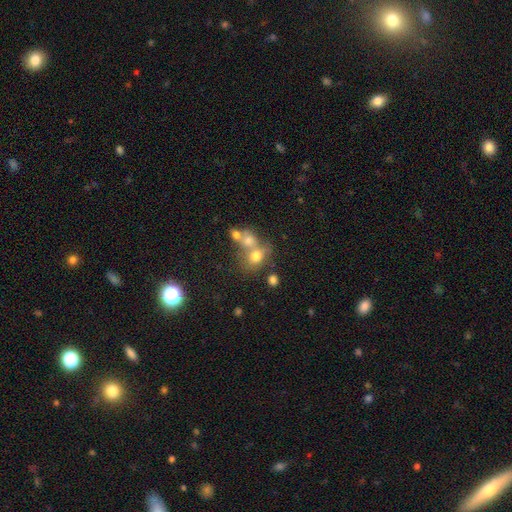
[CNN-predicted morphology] Smooth or featured: smooth — 68% (featured or disk — 18%)
How rounded: round — 57% (in between — 42%)
Merging: merger — 52% (none — 32%)